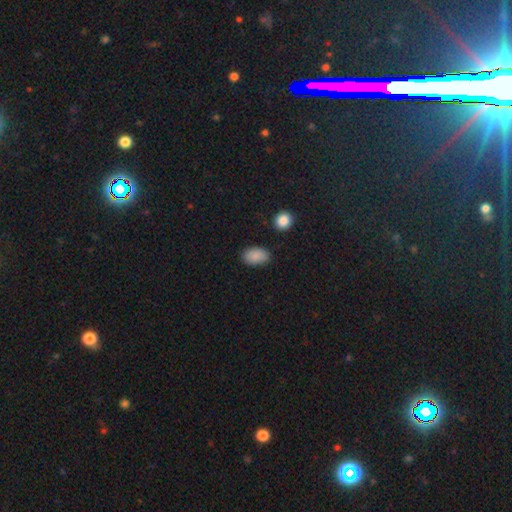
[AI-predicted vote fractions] This is clearly a smooth galaxy (89%). How rounded: clearly in between (91%). Merging: clearly none (82%).